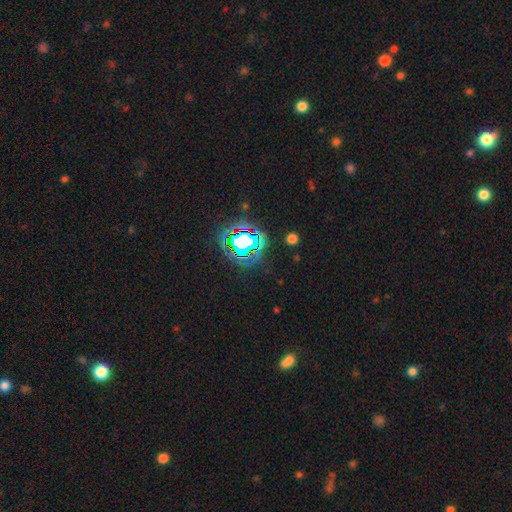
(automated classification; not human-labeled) Morphology: type=star or artifact (81%).